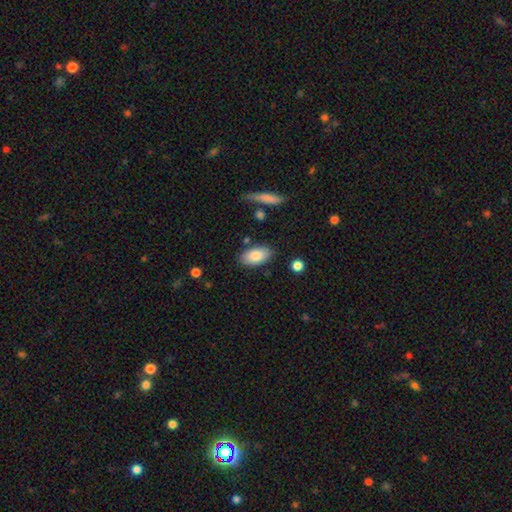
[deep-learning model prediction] smooth 83%, featured or disk 10%, star or artifact 7%. Down the decision tree: how rounded — in between (93%); merging — none (83%).